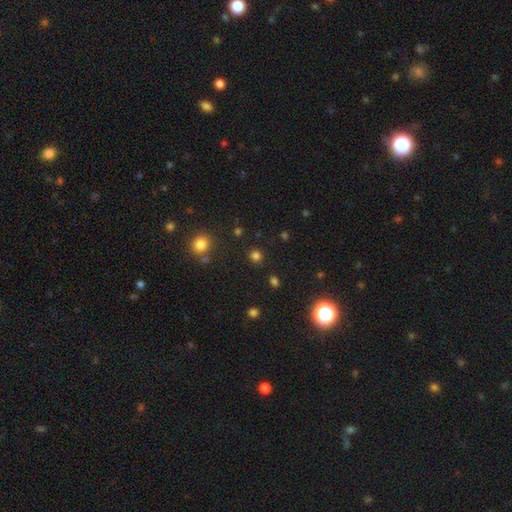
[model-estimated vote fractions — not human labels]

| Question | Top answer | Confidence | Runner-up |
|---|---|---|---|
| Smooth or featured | smooth | 77% | star or artifact (19%) |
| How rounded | round | 89% | in between (10%) |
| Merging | none | 87% | minor disturbance (7%) |